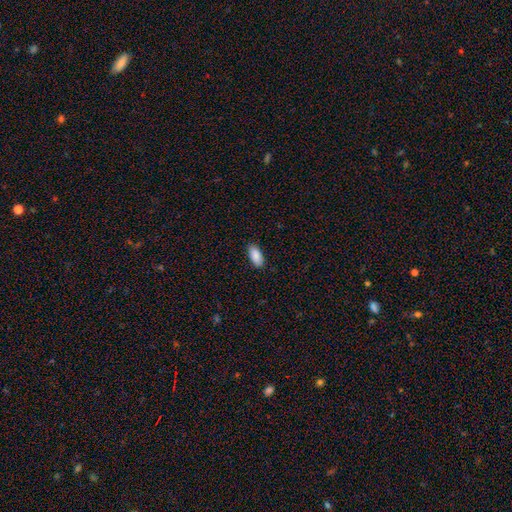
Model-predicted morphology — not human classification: type=smooth (90%); roundness=in between (91%); merging=none (87%).